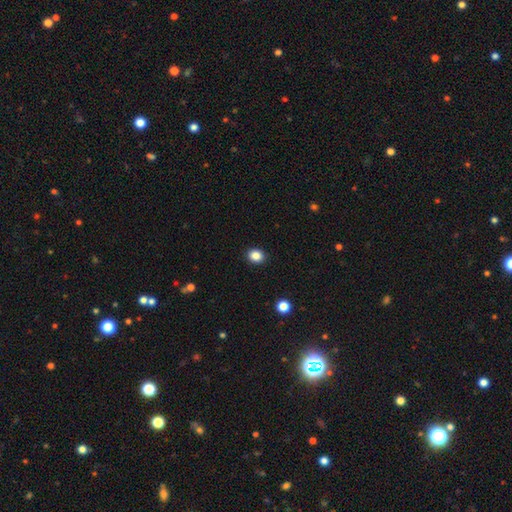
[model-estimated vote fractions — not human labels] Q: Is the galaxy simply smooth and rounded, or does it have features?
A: smooth — 86%.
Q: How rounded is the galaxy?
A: round — 65%.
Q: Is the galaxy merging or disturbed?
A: none — 92%.